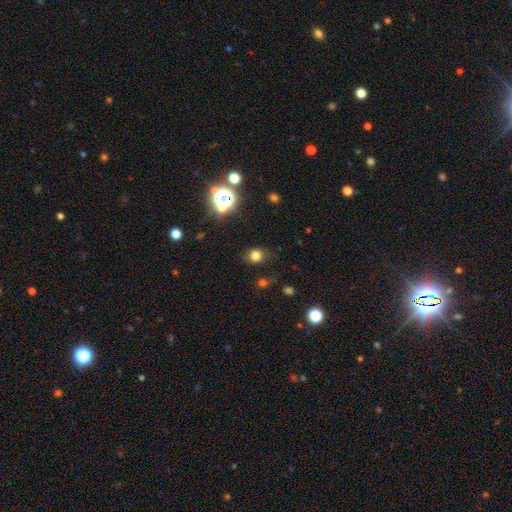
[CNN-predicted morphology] Overall: smooth (75%). How rounded: round (69%; in between 30%). Merging: none (80%).